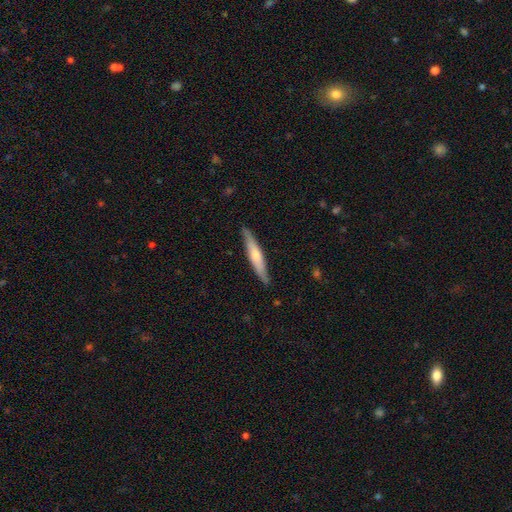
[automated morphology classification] Smooth or featured: smooth — 51% (featured or disk — 44%)
How rounded: cigar-shaped — 92% (in between — 7%)
Merging: none — 87% (minor disturbance — 10%)